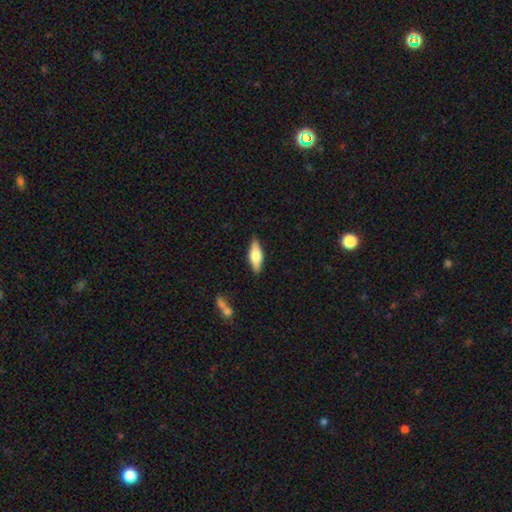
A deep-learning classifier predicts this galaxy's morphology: smooth 58%, featured or disk 36%, star or artifact 6%. Down the decision tree: how rounded — in between (60%); merging — none (86%).